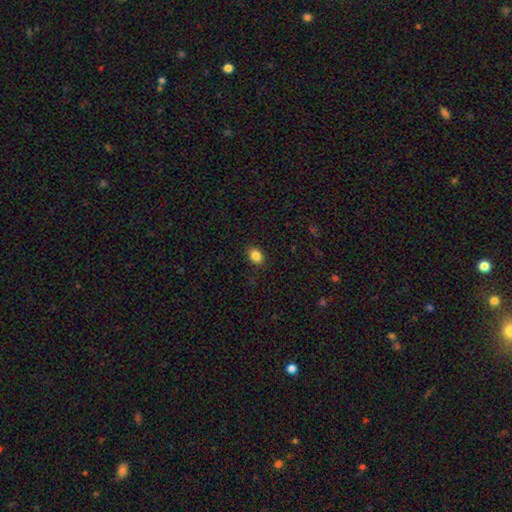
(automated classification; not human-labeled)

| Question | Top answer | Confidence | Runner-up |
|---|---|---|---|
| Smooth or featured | smooth | 85% | star or artifact (10%) |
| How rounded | in between | 65% | round (34%) |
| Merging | none | 89% | minor disturbance (8%) |